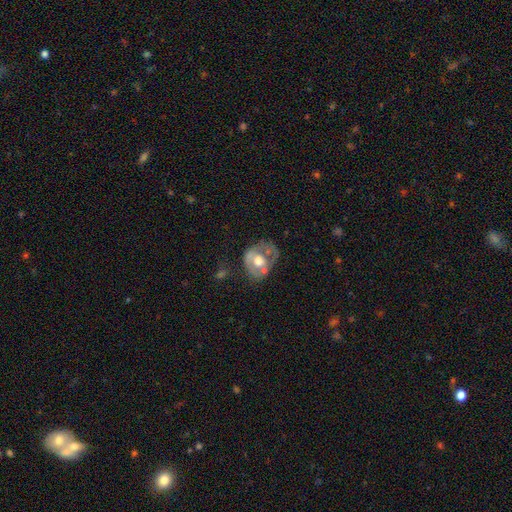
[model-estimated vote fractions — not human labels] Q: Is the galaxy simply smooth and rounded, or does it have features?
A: featured or disk — 56%.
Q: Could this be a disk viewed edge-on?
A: no — 96%.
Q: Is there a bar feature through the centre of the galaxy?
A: no — 74%.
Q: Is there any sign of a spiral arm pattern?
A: no — 73%.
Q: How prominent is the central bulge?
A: moderate — 68%.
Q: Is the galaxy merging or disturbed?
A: none — 51%.